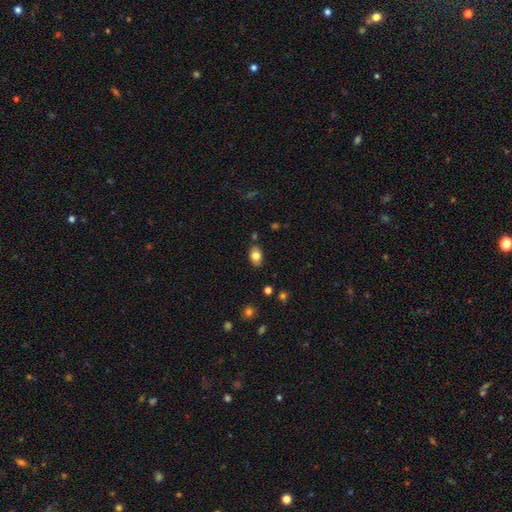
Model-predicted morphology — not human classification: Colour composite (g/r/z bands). It shows a smooth galaxy with no disk features (81%) that is in between round and cigar-shaped (82%). Merging: none (83%).